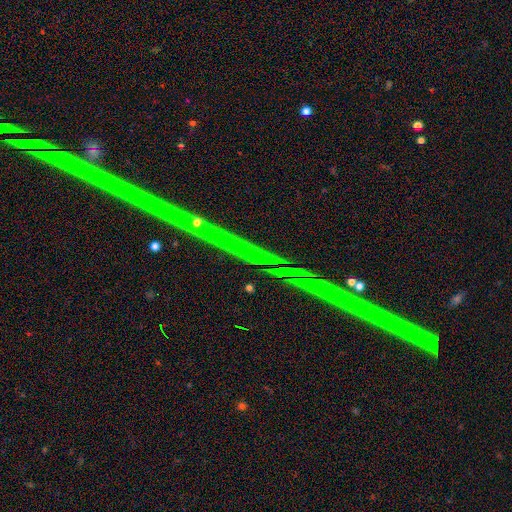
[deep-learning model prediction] Morphology: type=star or artifact (86%).